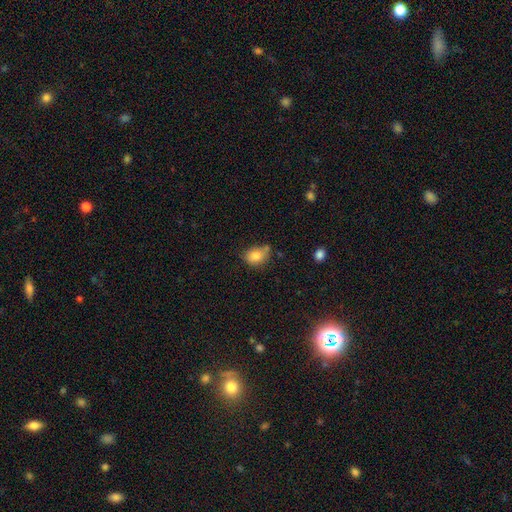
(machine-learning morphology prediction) Smooth or featured?
  - smooth: 82% *
  - star or artifact: 9%
  - featured or disk: 8%
How rounded?
  - in between: 59% *
  - round: 40%
  - cigar-shaped: 1%
Merging?
  - none: 53% *
  - minor disturbance: 28%
  - merger: 12%
  - major disturbance: 7%